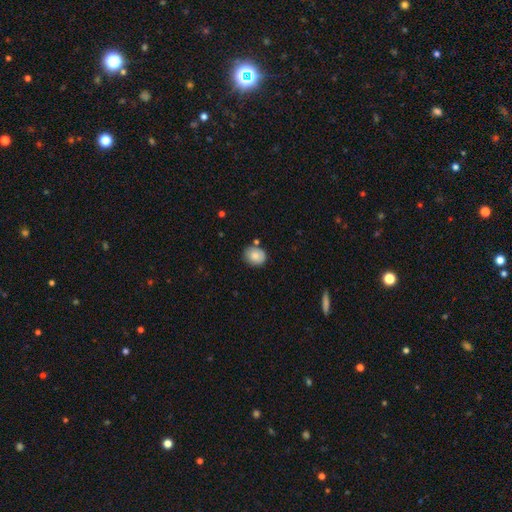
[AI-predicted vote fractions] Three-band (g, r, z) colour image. It shows a smooth galaxy with no disk features (81%) that is round (66%). Merging: none (76%).